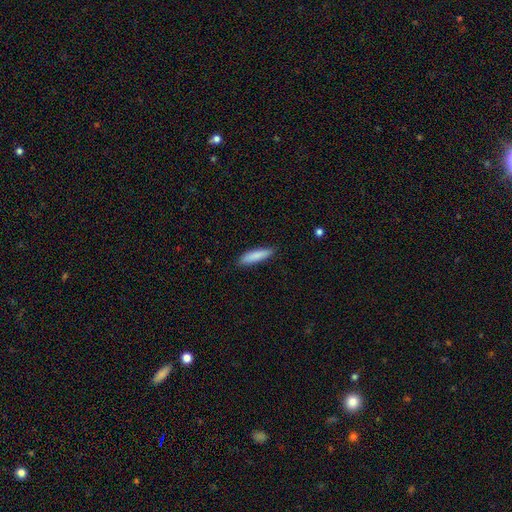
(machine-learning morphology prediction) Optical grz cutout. It shows a smooth galaxy with no disk features (85%) that is cigar-shaped (74%). Merging: none (85%).